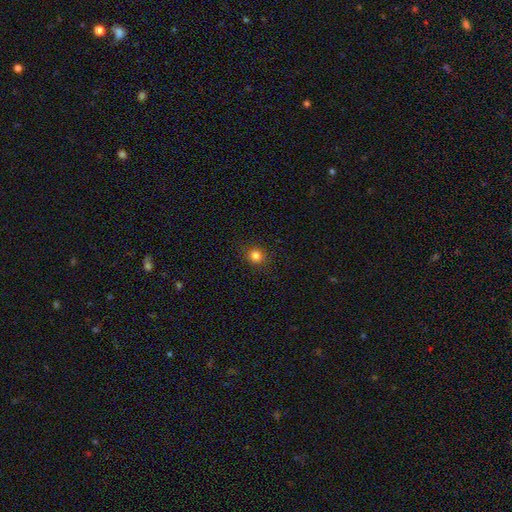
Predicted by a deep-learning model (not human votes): A smooth galaxy with no disk features (82%) that is round (90%). Merging: none (89%).